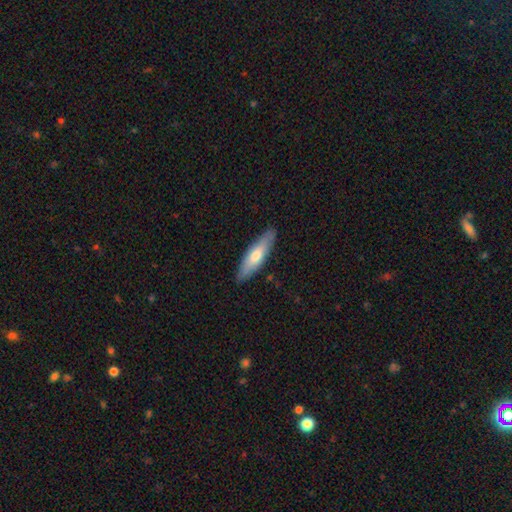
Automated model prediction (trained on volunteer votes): Q: Smooth or featured?
A: smooth (62%); runner-up: featured or disk (33%)
Q: How rounded?
A: cigar-shaped (67%); runner-up: in between (31%)
Q: Merging?
A: none (88%); runner-up: minor disturbance (9%)